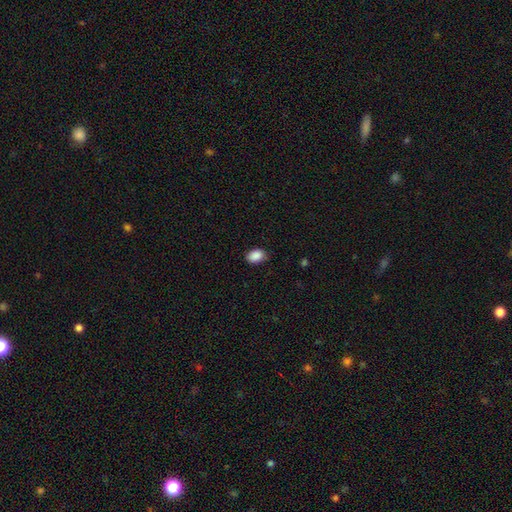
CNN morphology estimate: Smooth or featured? Predicted: smooth (p=0.89). How rounded? Predicted: in between (p=0.80). Merging? Predicted: none (p=0.82).